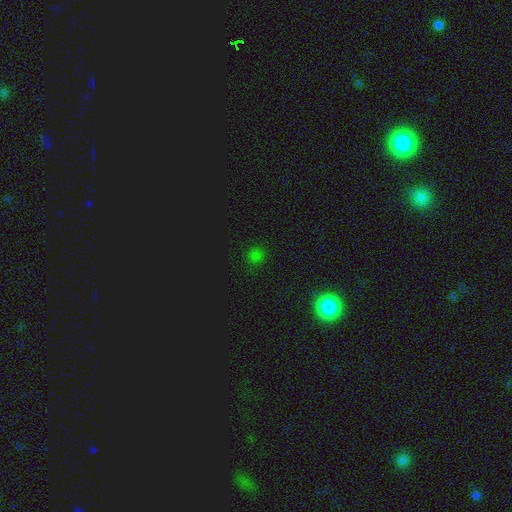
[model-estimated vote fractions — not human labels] smooth 58%, star or artifact 37%, featured or disk 5%. Down the decision tree: how rounded — round (87%); merging — none (87%).